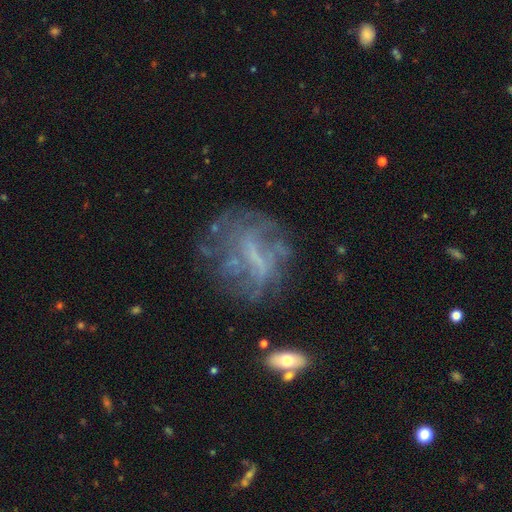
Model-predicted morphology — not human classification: Overall: featured or disk (62%). Edge-on disk: no (95%). Bar: no (42%; weak 36%). Spiral arms: no (56%; yes 44%). Bulge size: none (59%; small 25%). Merging: none (56%; major disturbance 21%).